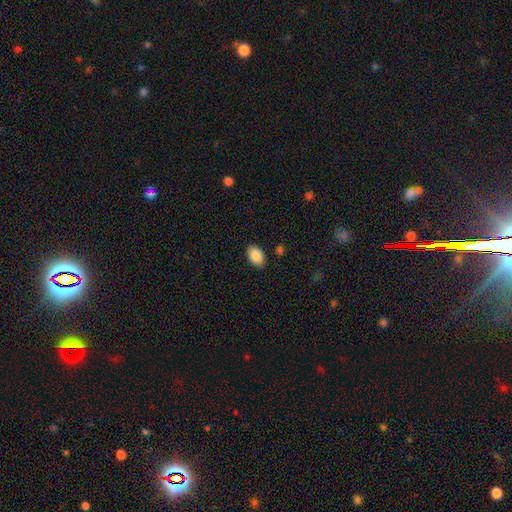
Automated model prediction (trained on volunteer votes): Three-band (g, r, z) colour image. It shows a smooth galaxy with no disk features (89%) that is in between round and cigar-shaped (91%). Merging: none (87%).